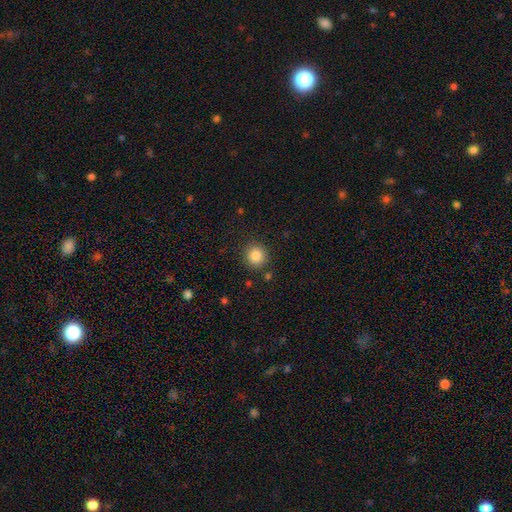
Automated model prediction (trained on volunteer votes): A smooth galaxy with no disk features (86%) that is round (92%). Merging: none (88%).